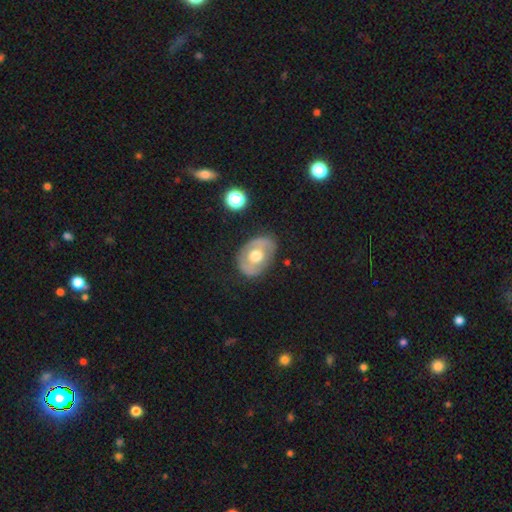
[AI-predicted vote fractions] Smooth or featured: featured or disk — 54% (smooth — 39%)
Edge-on disk: no — 92% (yes — 8%)
Merging: none — 77% (minor disturbance — 16%)